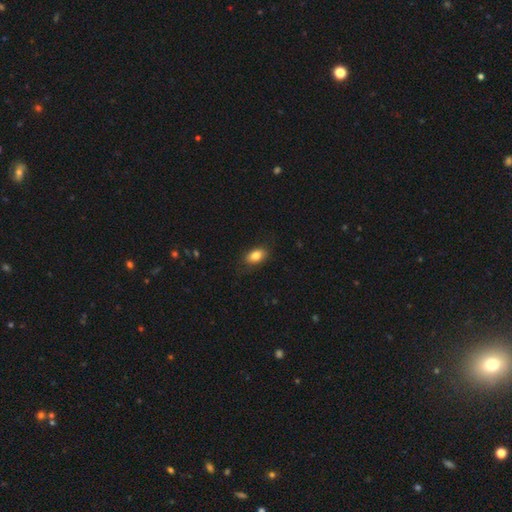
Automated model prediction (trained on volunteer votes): This is clearly a smooth galaxy (83%). How rounded: clearly in between (87%). Merging: clearly none (83%).